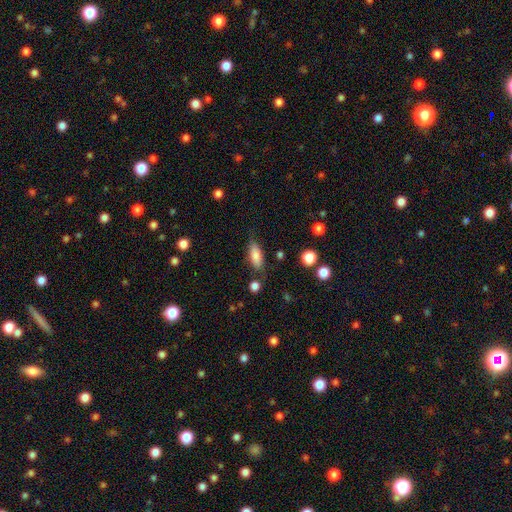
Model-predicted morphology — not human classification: This appears to be a smooth galaxy with no disk features (81%) that is in between round and cigar-shaped (74%). Merging: none (75%).